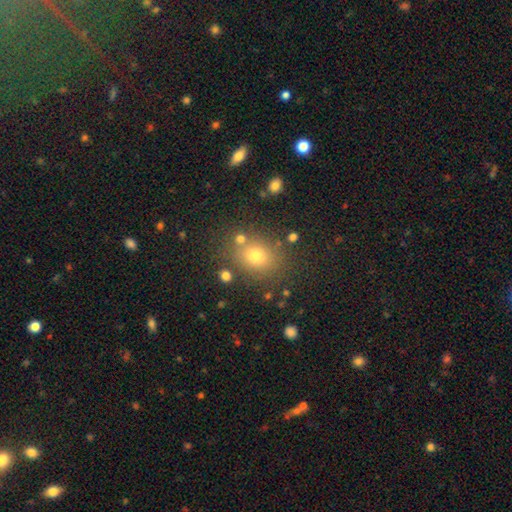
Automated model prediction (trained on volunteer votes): Overall: smooth (75%). How rounded: round (52%; in between 47%). Merging: none (76%).